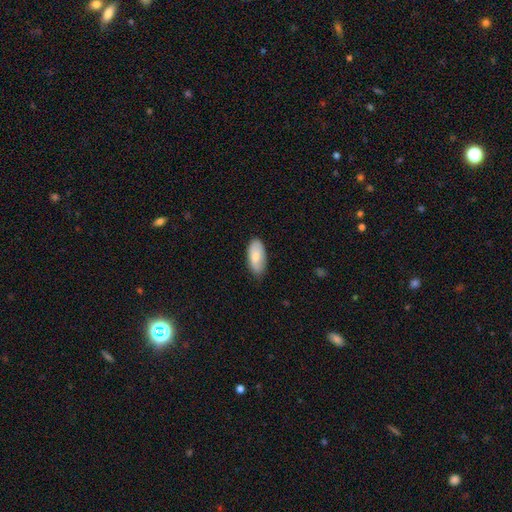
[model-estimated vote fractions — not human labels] The model was most divided on "smooth or featured": smooth: 74%, featured or disk: 20%, star or artifact: 6%. More confident: how rounded — in between (92%); merging — none (78%).